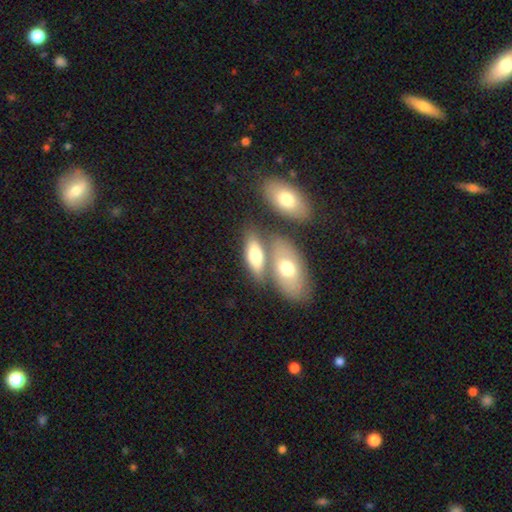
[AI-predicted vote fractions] This appears to be a smooth galaxy with no disk features (67%) that is in between round and cigar-shaped (78%). Merging: none (48%).